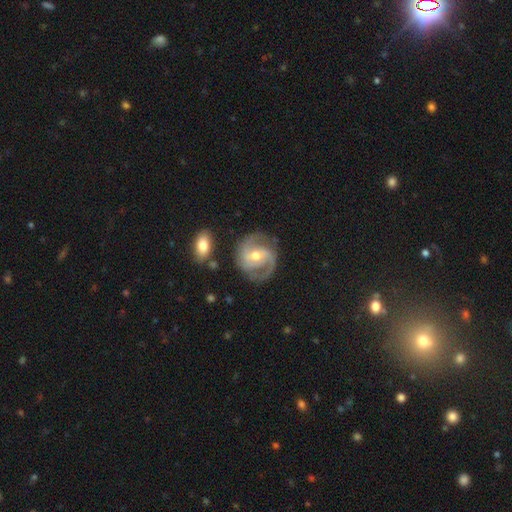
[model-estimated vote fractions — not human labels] Overall: featured or disk (86%). Edge-on disk: no (97%). Bar: weak (44%; no 34%). Spiral arms: yes (95%). Spiral arm count: 2 (79%). Spiral winding: medium (49%; tight 37%). Bulge size: moderate (65%; small 31%). Merging: none (75%).